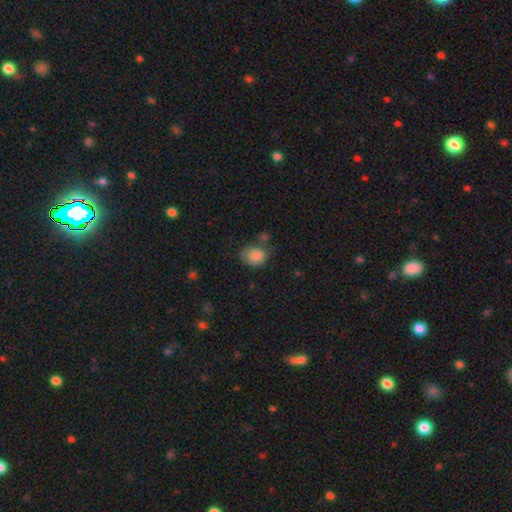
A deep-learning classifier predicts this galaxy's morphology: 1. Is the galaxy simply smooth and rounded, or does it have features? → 85% smooth, 9% star or artifact, 6% featured or disk.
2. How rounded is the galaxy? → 55% in between, 44% round, 1% cigar-shaped.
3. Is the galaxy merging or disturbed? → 53% none, 27% minor disturbance, 10% merger, 9% major disturbance.